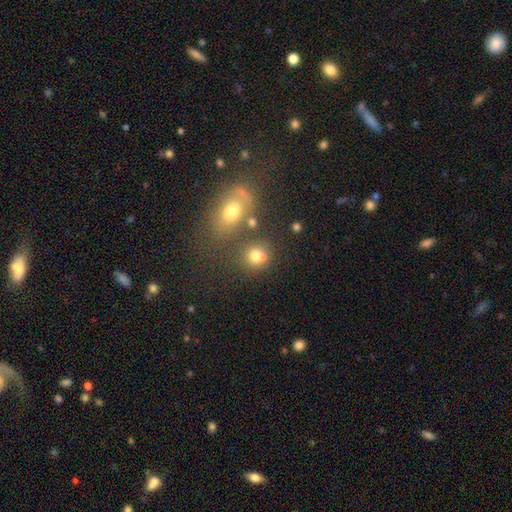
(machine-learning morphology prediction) smooth 74%, star or artifact 15%, featured or disk 11%. Down the decision tree: how rounded — round (75%); merging — none (56%).